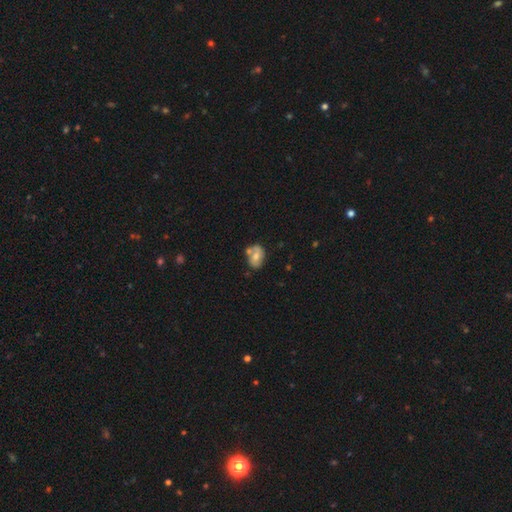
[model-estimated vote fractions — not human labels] Smooth or featured? Predicted: smooth (p=0.52). How rounded? Predicted: in between (p=0.71). Merging? Predicted: none (p=0.46).